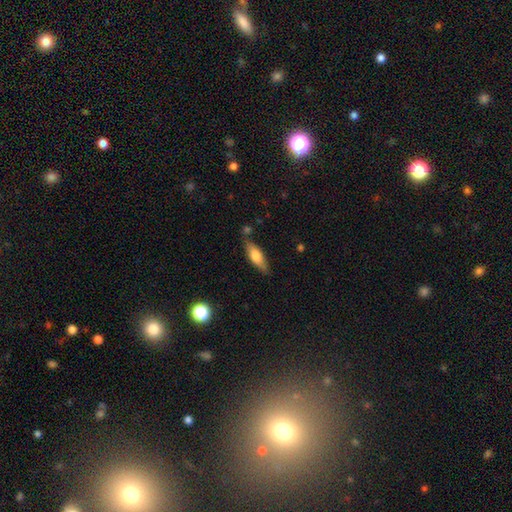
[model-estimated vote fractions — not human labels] Smooth or featured? Predicted: smooth (p=0.65). How rounded? Predicted: in between (p=0.51). Merging? Predicted: none (p=0.75).